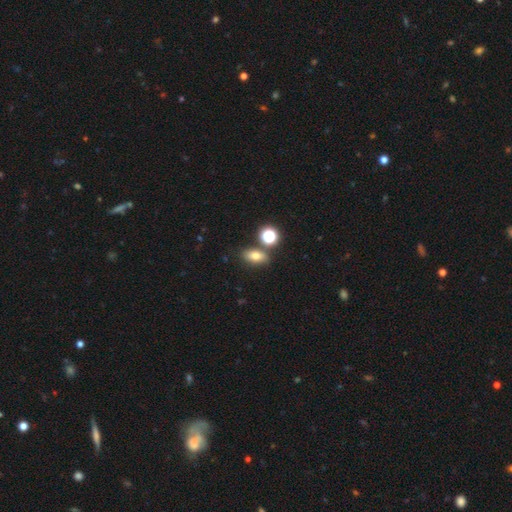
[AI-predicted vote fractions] This appears to be a smooth galaxy with no disk features (71%) that is in between round and cigar-shaped (75%). Merging: none (73%).